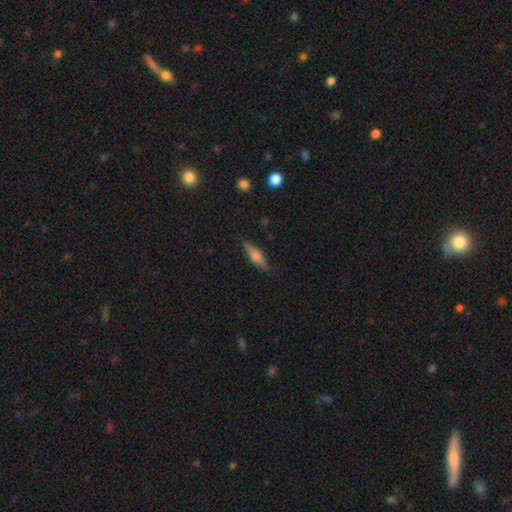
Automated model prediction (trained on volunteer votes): Overall: featured or disk (60%; smooth 32%). Edge-on disk: yes (96%). Edge-on bulge: rounded (86%). Merging: none (87%).